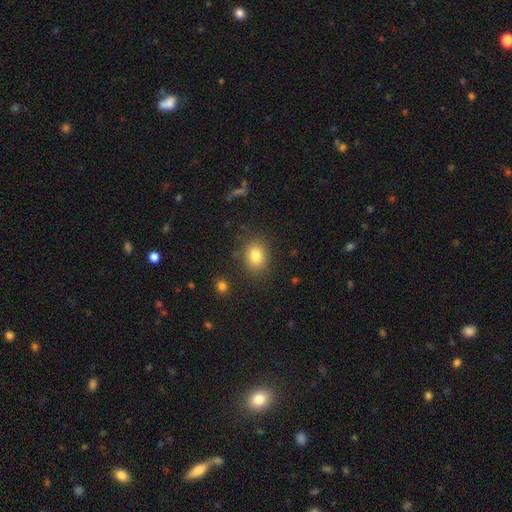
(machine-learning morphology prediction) Smooth or featured? Predicted: smooth (p=0.81). How rounded? Predicted: in between (p=0.50). Merging? Predicted: none (p=0.84).